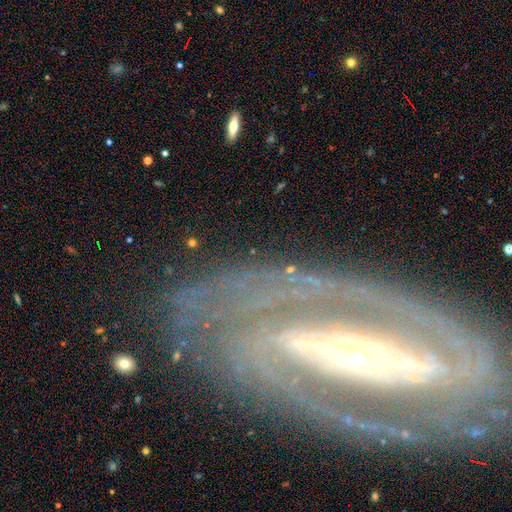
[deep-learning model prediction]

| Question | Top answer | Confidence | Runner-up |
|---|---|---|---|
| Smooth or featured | featured or disk | 88% | smooth (6%) |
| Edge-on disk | no | 90% | yes (10%) |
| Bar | strong | 67% | weak (18%) |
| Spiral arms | yes | 91% | no (9%) |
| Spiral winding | tight | 55% | medium (35%) |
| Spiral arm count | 2 | 79% | can't tell (9%) |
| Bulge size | small | 49% | moderate (41%) |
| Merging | none | 80% | minor disturbance (12%) |